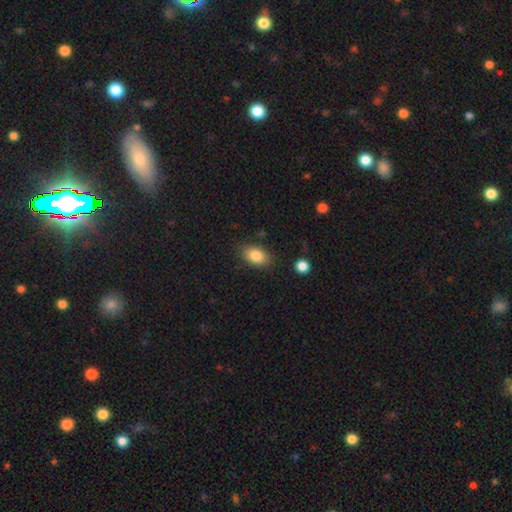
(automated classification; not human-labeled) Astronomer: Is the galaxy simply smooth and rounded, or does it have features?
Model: smooth — 84%.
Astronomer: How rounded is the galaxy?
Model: in between — 86%.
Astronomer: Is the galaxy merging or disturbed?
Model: none — 82%.